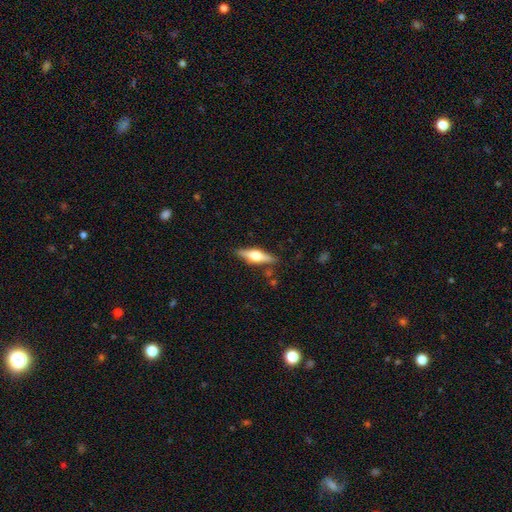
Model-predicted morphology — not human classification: This is likely a featured or disk galaxy (62%). It is clearly viewed edge-on (95%). Edge-on bulge: clearly rounded (94%). Merging: clearly none (85%).